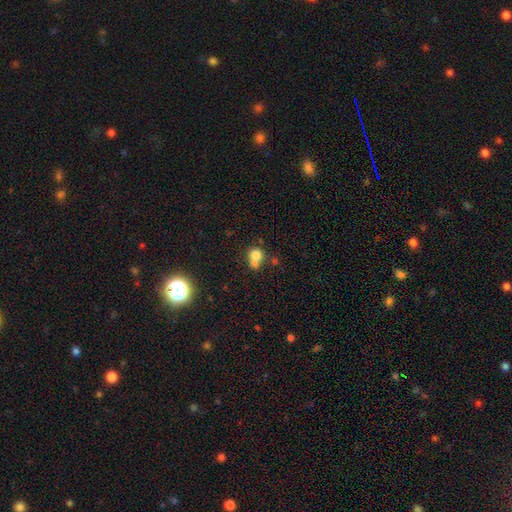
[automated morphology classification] Q: Smooth or featured?
A: smooth (73%); runner-up: featured or disk (14%)
Q: How rounded?
A: round (80%); runner-up: in between (19%)
Q: Merging?
A: merger (55%); runner-up: none (33%)